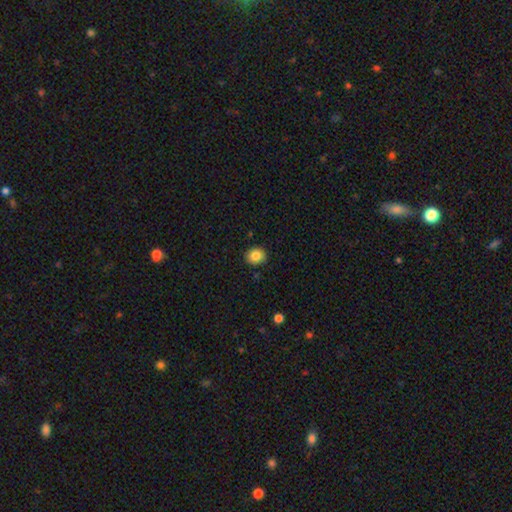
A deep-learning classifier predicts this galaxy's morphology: Smooth or featured: smooth — 85% (star or artifact — 9%)
How rounded: round — 71% (in between — 28%)
Merging: none — 90% (minor disturbance — 7%)